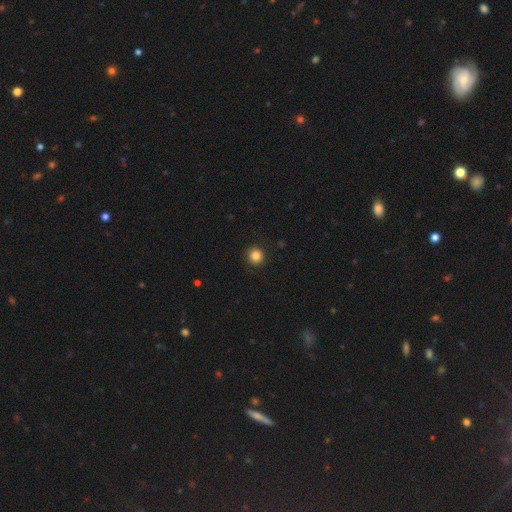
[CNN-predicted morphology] Q: Smooth or featured?
A: smooth (84%); runner-up: star or artifact (12%)
Q: How rounded?
A: round (94%); runner-up: in between (5%)
Q: Merging?
A: none (92%); runner-up: minor disturbance (5%)